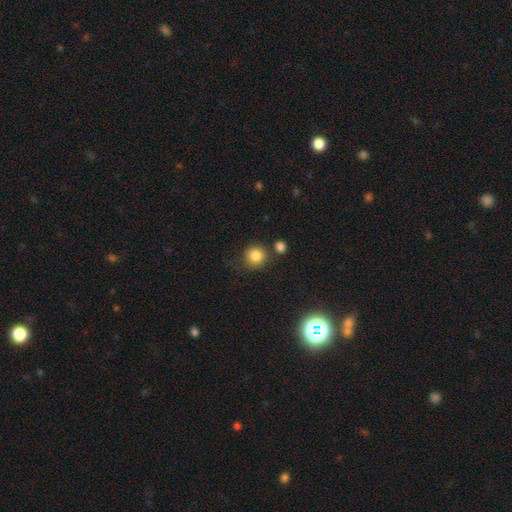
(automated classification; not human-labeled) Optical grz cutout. It shows a smooth galaxy with no disk features (84%) that is round (92%). Merging: none (76%).